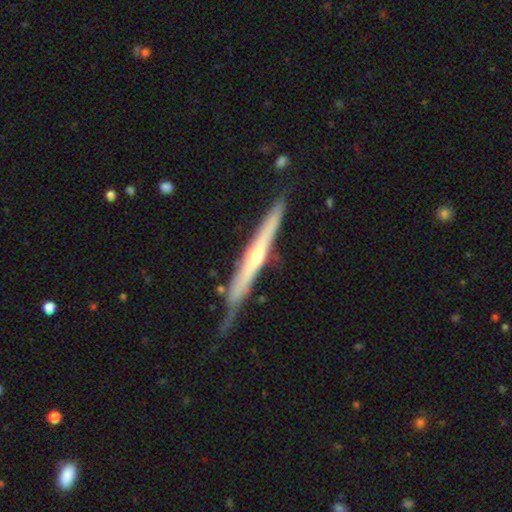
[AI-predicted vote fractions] smooth-or-featured: featured or disk: 72% | smooth: 23% | star or artifact: 5%
  disk-edge-on: yes: 94% | no: 6%
    edge-on-bulge: rounded: 72% | none: 24% | boxy: 4%
  merging: none: 67% | minor disturbance: 25% | major disturbance: 5% | merger: 3%